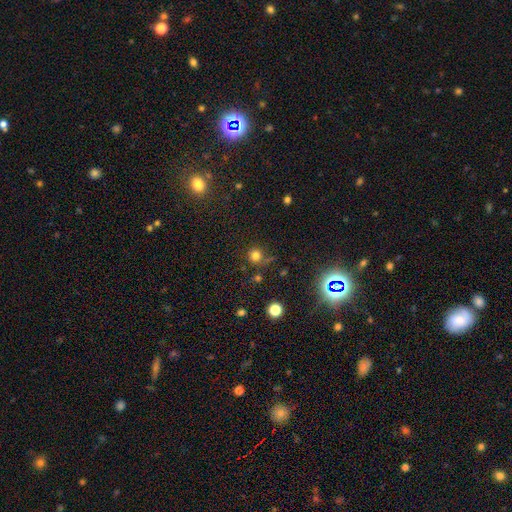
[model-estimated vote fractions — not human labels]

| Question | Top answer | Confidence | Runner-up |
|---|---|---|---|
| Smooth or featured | smooth | 76% | star or artifact (18%) |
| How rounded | round | 92% | in between (7%) |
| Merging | none | 74% | minor disturbance (13%) |